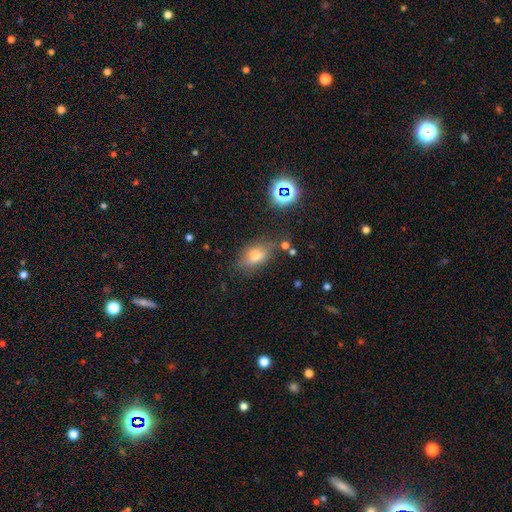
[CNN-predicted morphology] Smooth or featured: smooth — 60% (featured or disk — 23%)
How rounded: in between — 79% (round — 13%)
Merging: none — 69% (minor disturbance — 20%)